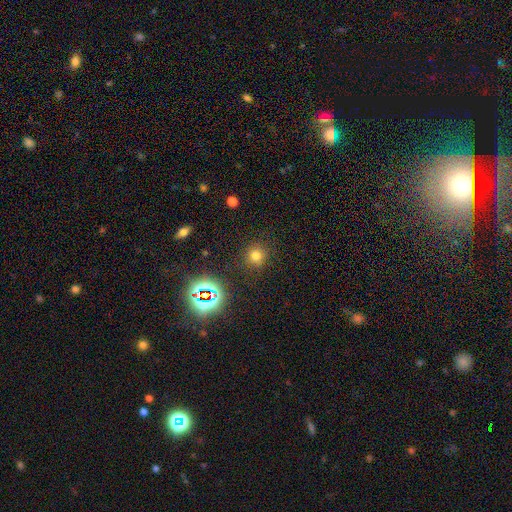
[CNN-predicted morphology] This appears to be a smooth galaxy with no disk features (71%) that is round (90%). Merging: none (87%).